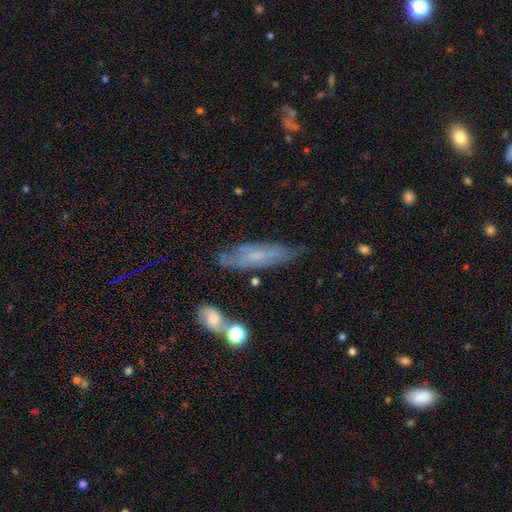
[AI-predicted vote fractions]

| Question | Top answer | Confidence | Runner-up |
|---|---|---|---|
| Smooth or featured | featured or disk | 55% | smooth (36%) |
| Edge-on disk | no | 65% | yes (35%) |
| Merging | none | 66% | minor disturbance (23%) |